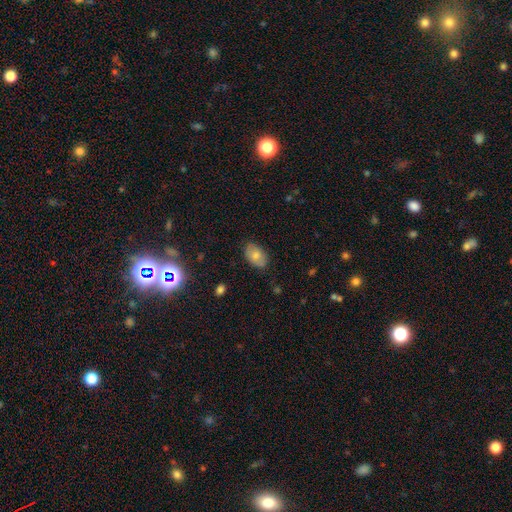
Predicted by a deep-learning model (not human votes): This is likely a smooth galaxy (75%). How rounded: clearly in between (90%). Merging: clearly none (80%).